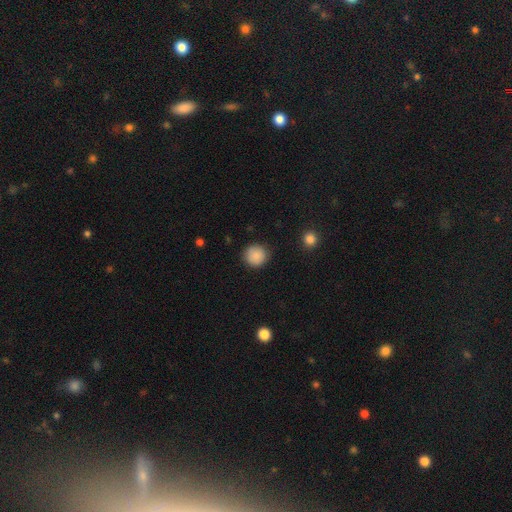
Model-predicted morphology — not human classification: type=smooth (87%); roundness=round (93%); merging=none (88%).